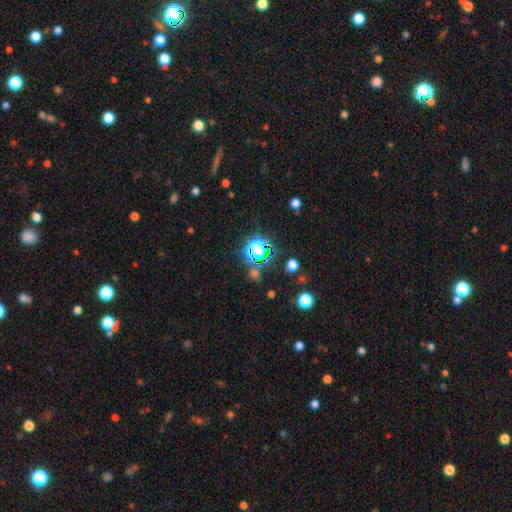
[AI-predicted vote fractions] Smooth or featured? Predicted: star or artifact (p=0.74).